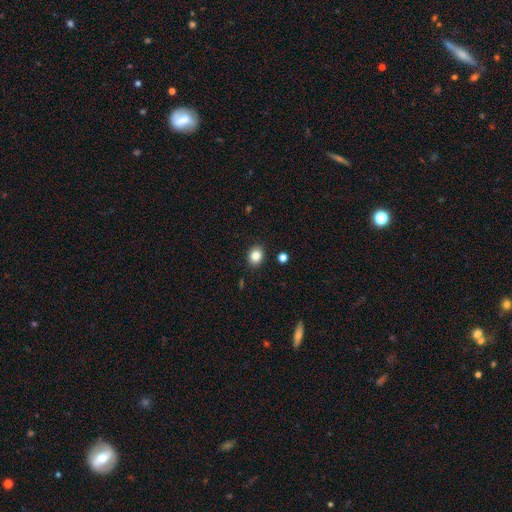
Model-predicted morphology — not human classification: smooth-or-featured: smooth: 84% | star or artifact: 10% | featured or disk: 6%
  how-rounded: round: 56% | in between: 43% | cigar-shaped: 1%
  merging: none: 89% | minor disturbance: 7% | major disturbance: 2% | merger: 2%